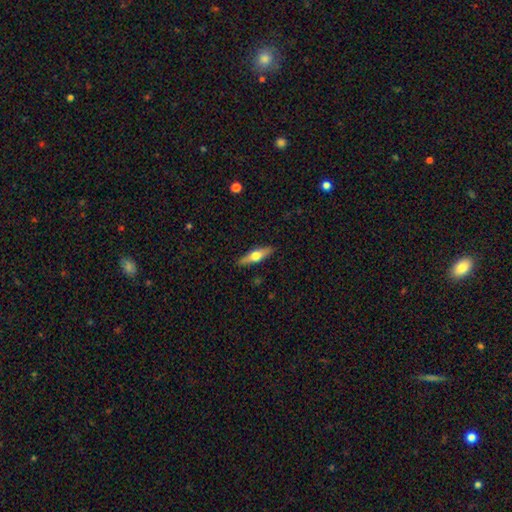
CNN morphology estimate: type=featured or disk (52%); edge-on=yes (93%); merging=none (89%).